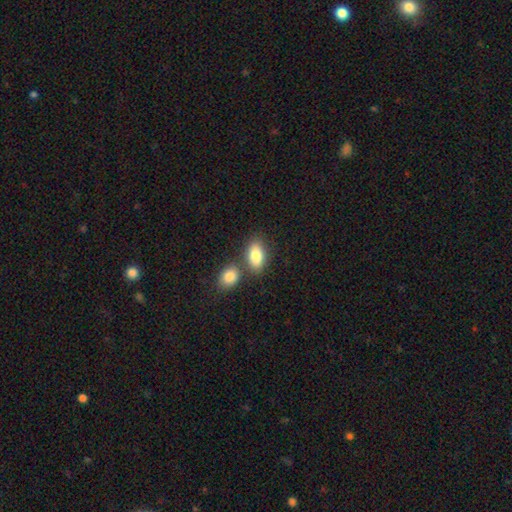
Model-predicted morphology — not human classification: Smooth or featured?
  - smooth: 84% *
  - featured or disk: 9%
  - star or artifact: 7%
How rounded?
  - in between: 91% *
  - round: 7%
  - cigar-shaped: 3%
Merging?
  - none: 60% *
  - merger: 26%
  - minor disturbance: 11%
  - major disturbance: 3%